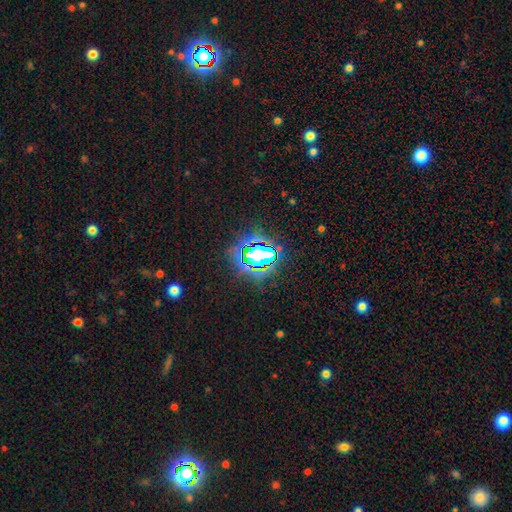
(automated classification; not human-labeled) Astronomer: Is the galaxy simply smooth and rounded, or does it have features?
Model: star or artifact — 70%.